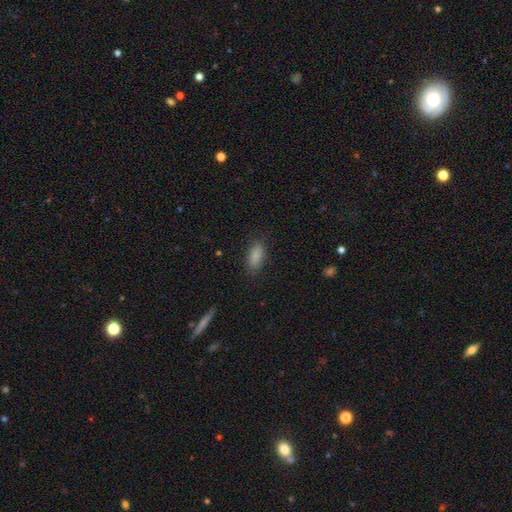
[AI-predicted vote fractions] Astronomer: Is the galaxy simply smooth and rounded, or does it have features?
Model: smooth — 87%.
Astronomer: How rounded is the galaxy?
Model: in between — 86%.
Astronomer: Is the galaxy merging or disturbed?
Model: none — 84%.